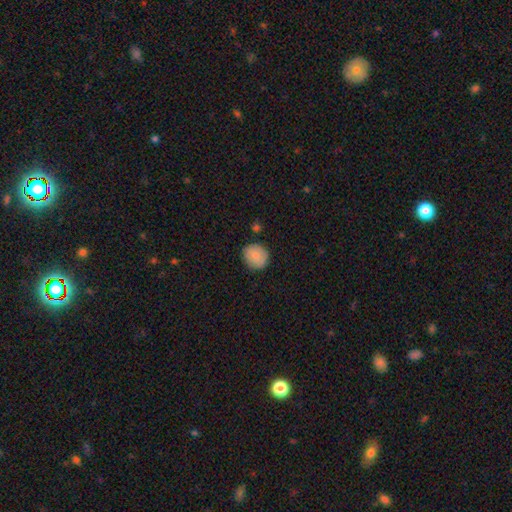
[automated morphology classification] The model was most divided on "how rounded": round: 78%, in between: 21%, cigar-shaped: 1%. More confident: smooth or featured — smooth (85%); merging — none (83%).